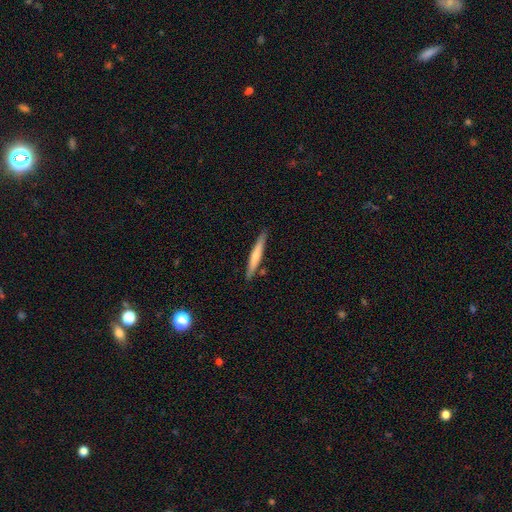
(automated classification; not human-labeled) Overall: smooth (62%; featured or disk 33%). How rounded: cigar-shaped (95%). Merging: none (86%).